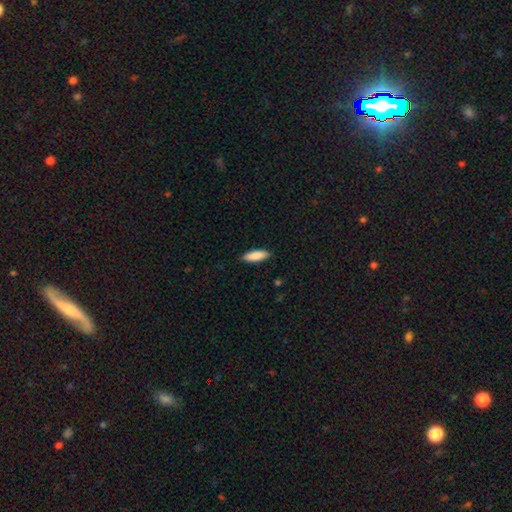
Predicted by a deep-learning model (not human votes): Smooth or featured?
  - smooth: 88% *
  - featured or disk: 7%
  - star or artifact: 5%
How rounded?
  - in between: 56% *
  - cigar-shaped: 42%
  - round: 1%
Merging?
  - none: 88% *
  - minor disturbance: 9%
  - major disturbance: 2%
  - merger: 1%